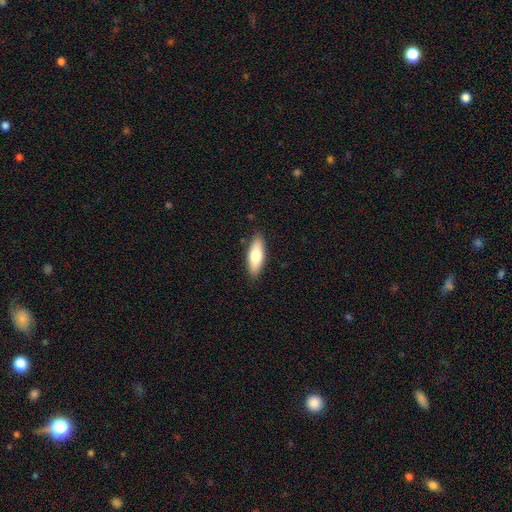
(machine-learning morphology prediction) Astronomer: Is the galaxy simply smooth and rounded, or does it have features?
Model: smooth — 70%.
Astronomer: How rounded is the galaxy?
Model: in between — 65%.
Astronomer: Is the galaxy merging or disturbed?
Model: none — 88%.